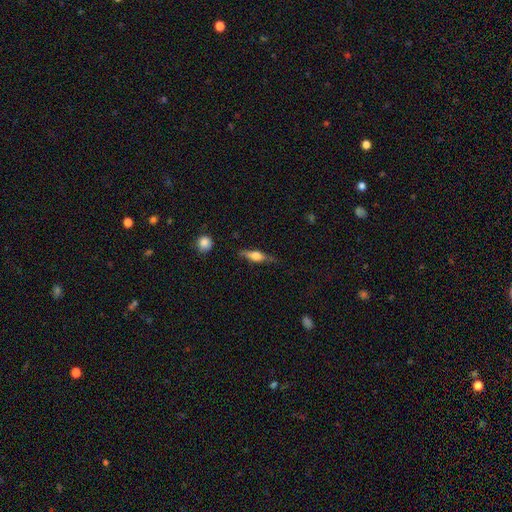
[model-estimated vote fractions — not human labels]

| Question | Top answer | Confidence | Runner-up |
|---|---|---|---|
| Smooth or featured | featured or disk | 51% | smooth (42%) |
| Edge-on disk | yes | 92% | no (8%) |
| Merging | none | 74% | minor disturbance (19%) |